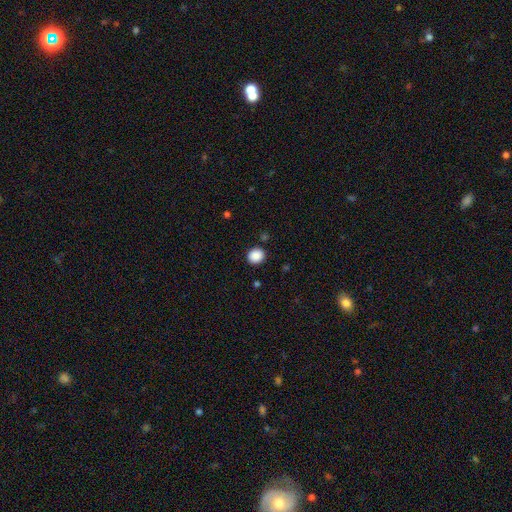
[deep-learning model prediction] smooth 88%, star or artifact 9%, featured or disk 3%. Down the decision tree: how rounded — round (80%); merging — none (89%).